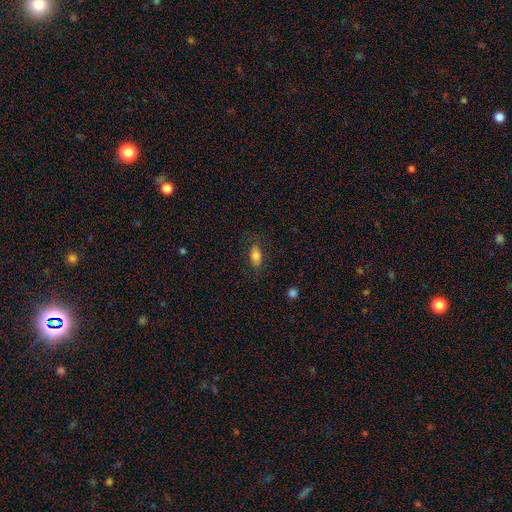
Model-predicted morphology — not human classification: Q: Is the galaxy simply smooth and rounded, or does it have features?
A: smooth — 77%.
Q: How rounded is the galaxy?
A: in between — 85%.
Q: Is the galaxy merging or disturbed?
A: none — 78%.